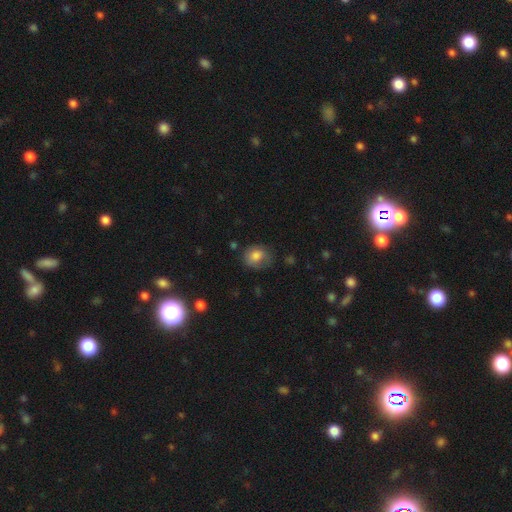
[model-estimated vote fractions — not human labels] A smooth galaxy with no disk features (79%) that is round (58%).

Vote fractions:
- Smooth or featured? smooth: 79% / featured or disk: 12% / star or artifact: 9%
- How rounded? round: 58% / in between: 41% / cigar-shaped: 1%
- Merging? none: 62% / minor disturbance: 27% / major disturbance: 9% / merger: 2%